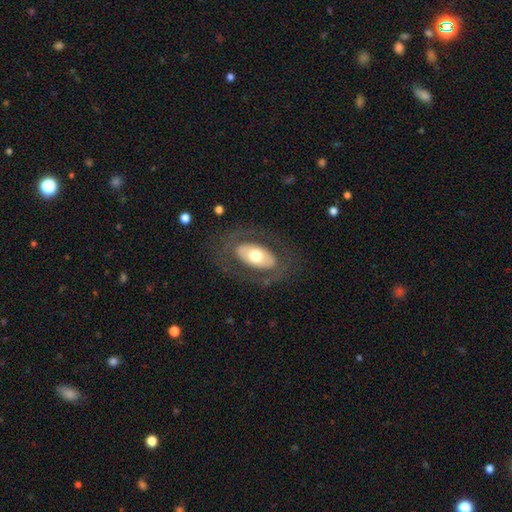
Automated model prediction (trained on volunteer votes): Overall: featured or disk (47%, tied with smooth). Merging: none (77%).